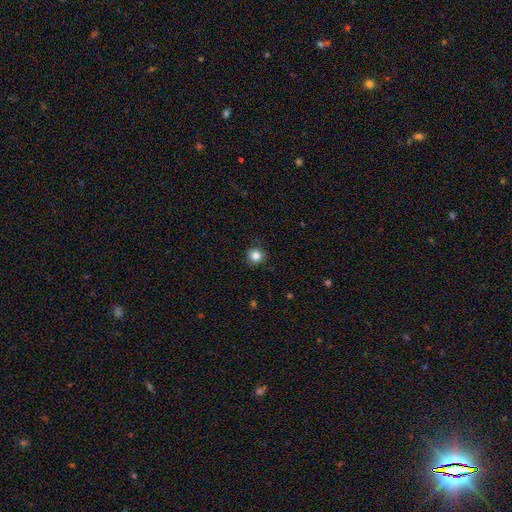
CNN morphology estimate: A smooth galaxy with no disk features (85%) that is round (90%).

Vote fractions:
- Smooth or featured? smooth: 85% / star or artifact: 11% / featured or disk: 4%
- How rounded? round: 90% / in between: 9% / cigar-shaped: 1%
- Merging? none: 88% / minor disturbance: 8% / major disturbance: 2% / merger: 1%